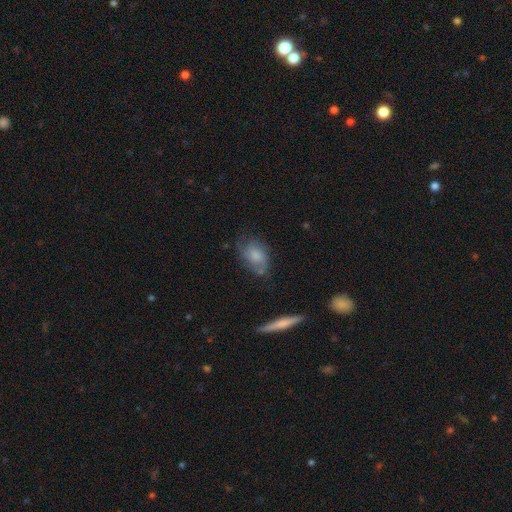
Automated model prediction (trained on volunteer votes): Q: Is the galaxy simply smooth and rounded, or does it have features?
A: smooth — 60%.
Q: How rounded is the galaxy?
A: in between — 82%.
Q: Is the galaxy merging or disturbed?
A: none — 52%.